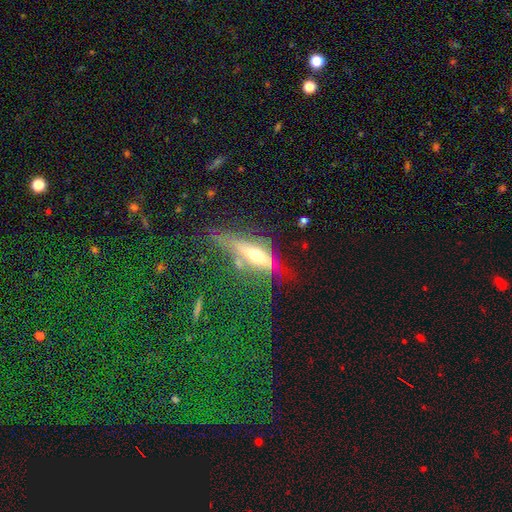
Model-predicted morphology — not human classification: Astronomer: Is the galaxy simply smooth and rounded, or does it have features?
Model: featured or disk — 54% (runner-up: smooth, 33%).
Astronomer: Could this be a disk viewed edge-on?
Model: yes — 65%.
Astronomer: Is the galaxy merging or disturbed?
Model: none — 38% (runner-up: major disturbance, 30%).